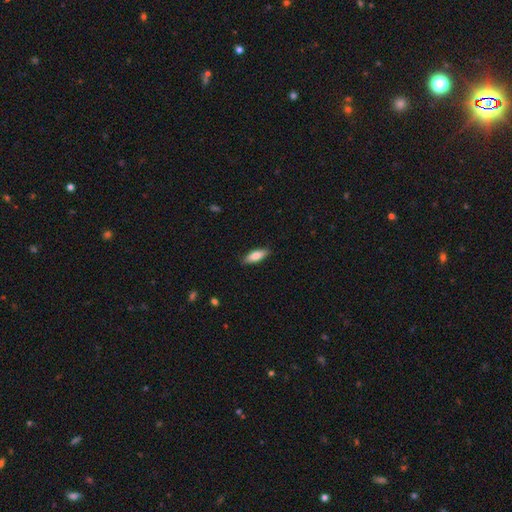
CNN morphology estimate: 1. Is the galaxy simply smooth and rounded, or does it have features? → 76% smooth, 18% featured or disk, 6% star or artifact.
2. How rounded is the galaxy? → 60% in between, 38% cigar-shaped, 2% round.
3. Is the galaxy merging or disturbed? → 88% none, 9% minor disturbance, 2% major disturbance, 1% merger.